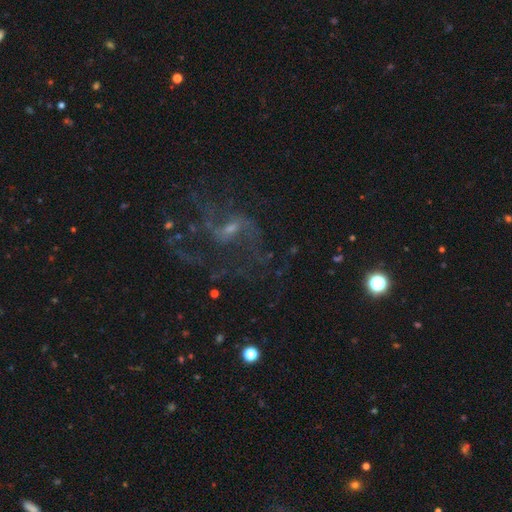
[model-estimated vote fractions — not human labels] featured or disk 69%, star or artifact 22%, smooth 10%. Down the decision tree: edge-on disk — no (96%); bar — weak (45%); spiral arms — yes (82%); spiral arm count — 2 (45%); spiral winding — loose (41%, tied with medium); bulge size — small (58%); merging — none (57%).